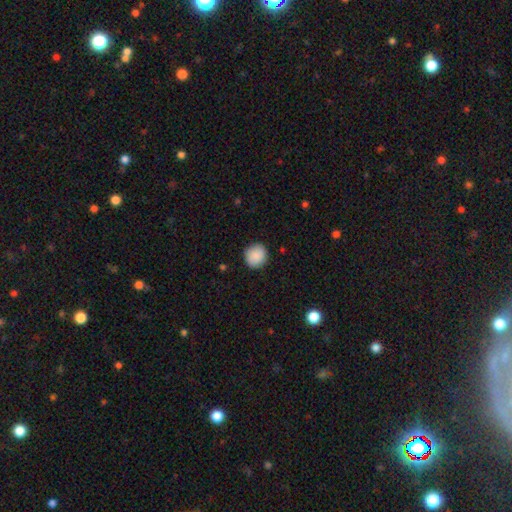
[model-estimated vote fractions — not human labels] Q: Smooth or featured?
A: smooth (89%); runner-up: star or artifact (7%)
Q: How rounded?
A: round (89%); runner-up: in between (10%)
Q: Merging?
A: none (89%); runner-up: minor disturbance (8%)